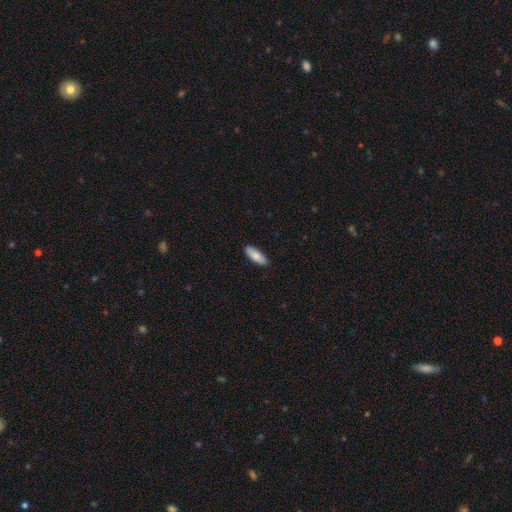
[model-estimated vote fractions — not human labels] This appears to be a smooth galaxy with no disk features (86%) that is in between round and cigar-shaped (64%). Merging: none (90%).